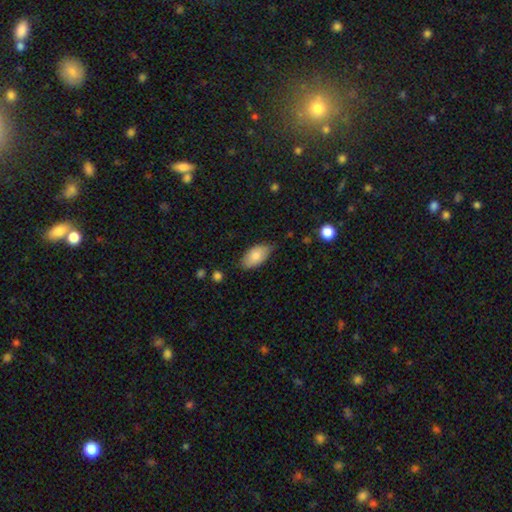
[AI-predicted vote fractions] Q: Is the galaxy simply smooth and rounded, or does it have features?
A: smooth — 80%.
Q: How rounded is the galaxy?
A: in between — 94%.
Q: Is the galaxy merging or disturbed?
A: none — 69%.